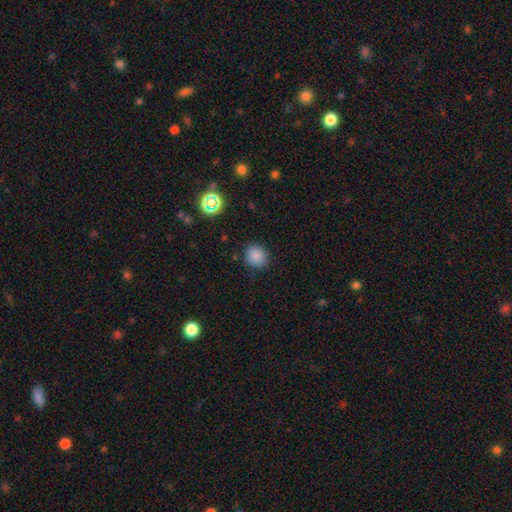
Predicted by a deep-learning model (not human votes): Overall: smooth (83%). How rounded: round (82%). Merging: none (85%).